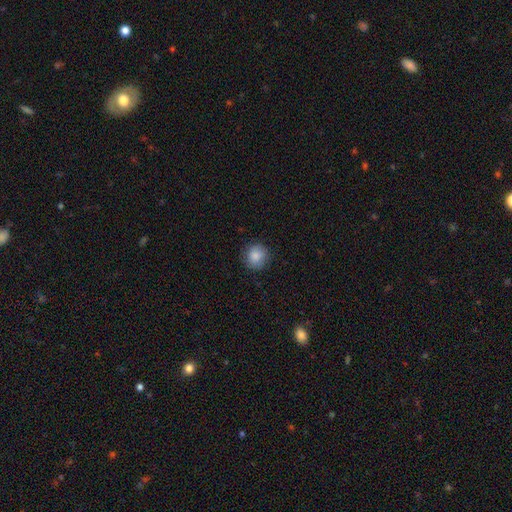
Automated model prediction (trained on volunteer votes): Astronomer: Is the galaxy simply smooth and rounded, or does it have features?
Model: smooth — 86%.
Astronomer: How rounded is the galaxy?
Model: round — 91%.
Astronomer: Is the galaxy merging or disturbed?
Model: none — 88%.